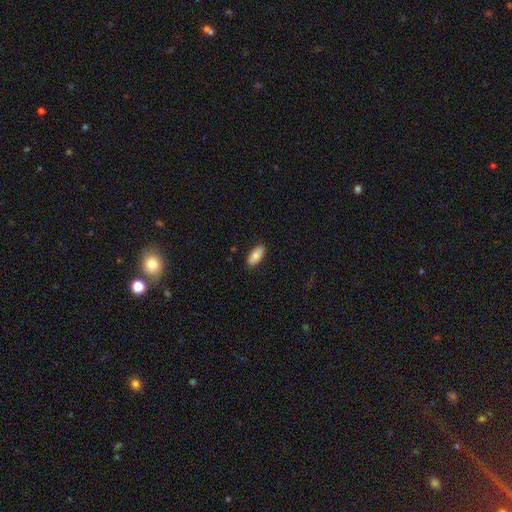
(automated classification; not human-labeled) This appears to be a smooth galaxy with no disk features (81%) that is in between round and cigar-shaped (89%). Merging: none (89%).